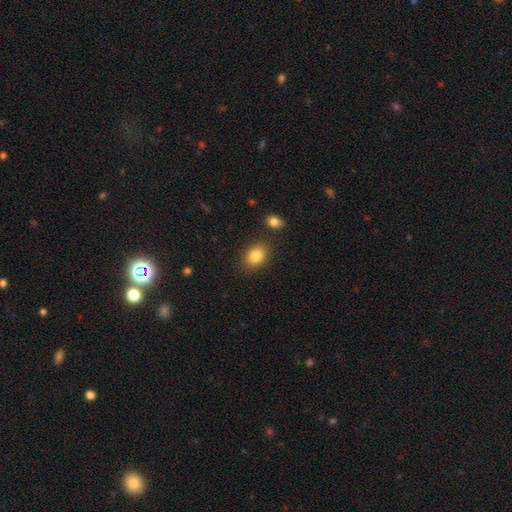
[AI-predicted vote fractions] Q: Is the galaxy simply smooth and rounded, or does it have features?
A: smooth — 84%.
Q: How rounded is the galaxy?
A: in between — 66%.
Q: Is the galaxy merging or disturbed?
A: none — 83%.